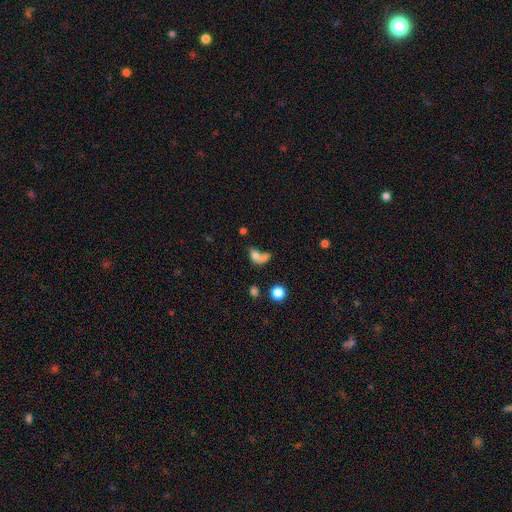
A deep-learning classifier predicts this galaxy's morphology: This appears to be a smooth galaxy with no disk features (67%) that is in between round and cigar-shaped (70%). Merging: merger (47%).